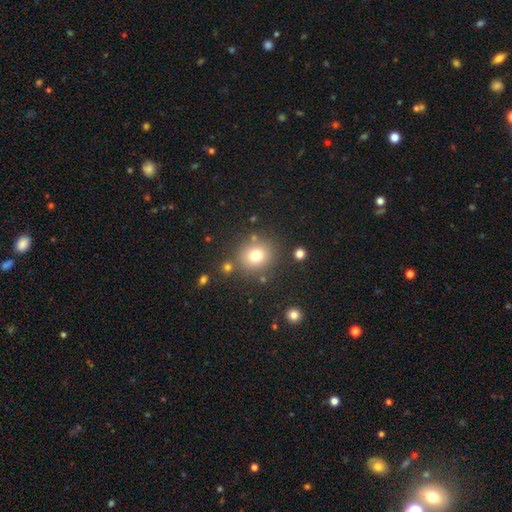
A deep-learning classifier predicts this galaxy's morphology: Overall: smooth (76%). How rounded: round (81%). Merging: none (80%).